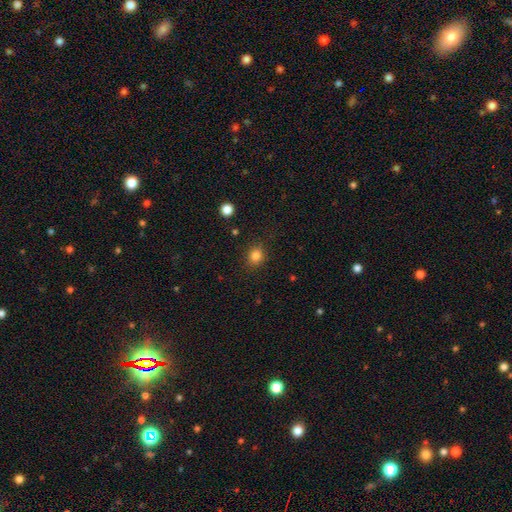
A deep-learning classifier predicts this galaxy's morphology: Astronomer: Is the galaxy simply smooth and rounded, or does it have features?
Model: smooth — 83%.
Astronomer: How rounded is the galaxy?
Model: round — 71%.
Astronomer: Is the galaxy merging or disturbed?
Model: none — 87%.